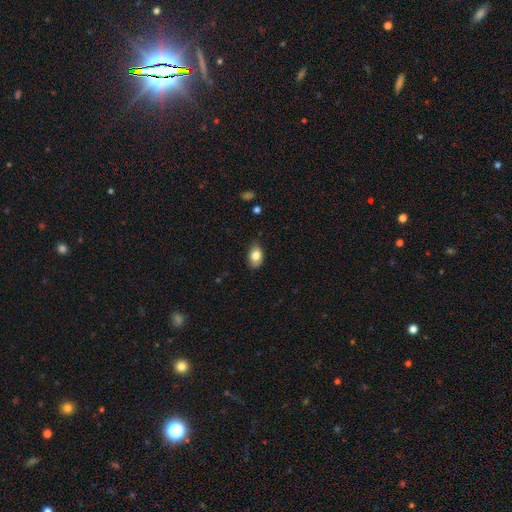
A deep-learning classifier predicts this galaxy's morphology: type=smooth (82%); roundness=in between (86%); merging=none (78%).